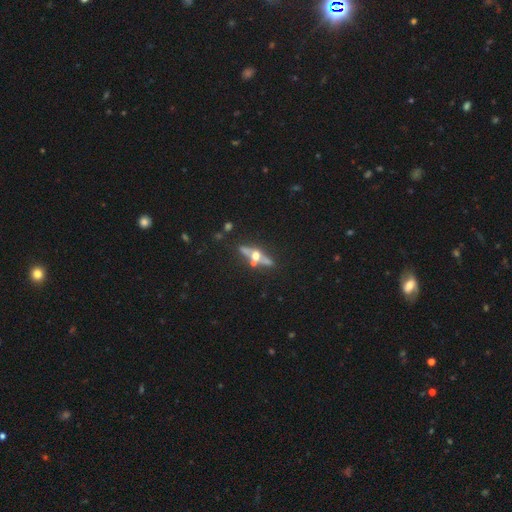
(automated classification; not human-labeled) This is likely a featured or disk galaxy (72%). It is clearly viewed edge-on (90%). Edge-on bulge: clearly rounded (96%). Merging: likely none (72%).